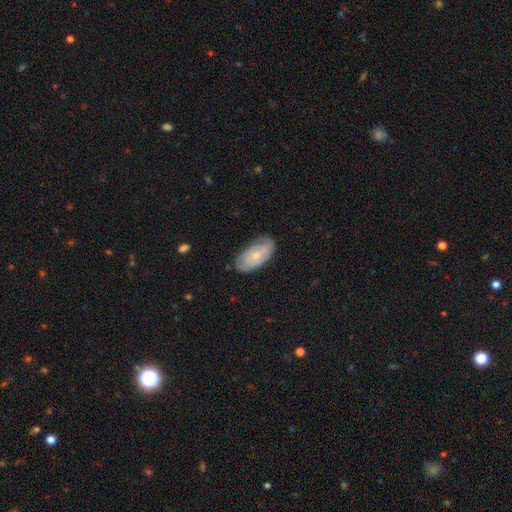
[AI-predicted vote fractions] smooth_or_featured: smooth (p=0.51) [alt: featured or disk p=0.43]
how_rounded: in between (p=0.92) [alt: cigar-shaped p=0.05]
merging: none (p=0.75) [alt: minor disturbance p=0.20]